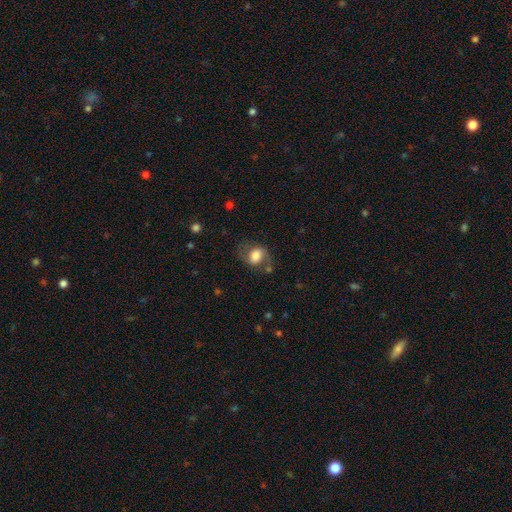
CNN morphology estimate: Smooth or featured? Predicted: smooth (p=0.51). How rounded? Predicted: in between (p=0.59). Merging? Predicted: none (p=0.58).